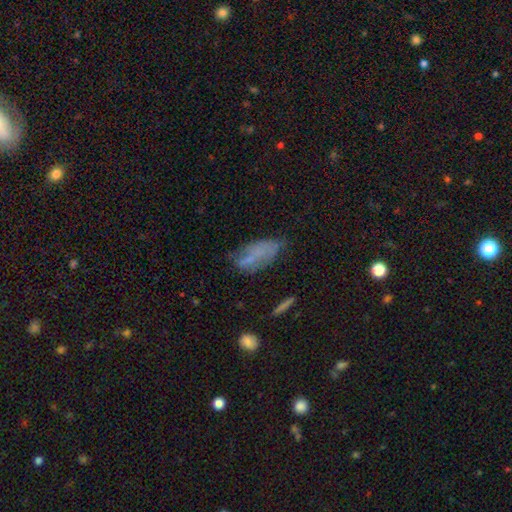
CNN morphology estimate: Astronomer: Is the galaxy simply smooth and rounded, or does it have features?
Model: smooth — 52% (runner-up: featured or disk, 29%).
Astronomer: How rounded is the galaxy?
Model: in between — 77%.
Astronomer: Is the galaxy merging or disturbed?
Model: none — 57%.